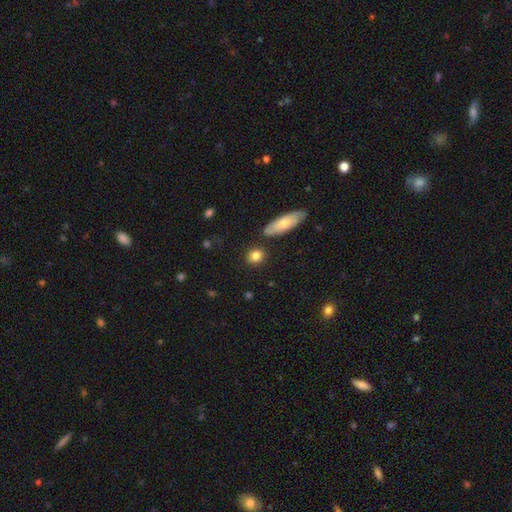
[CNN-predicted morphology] Overall: smooth (84%). How rounded: round (73%). Merging: none (84%).